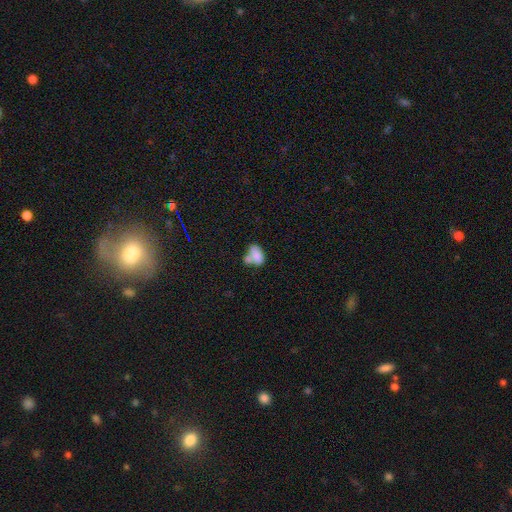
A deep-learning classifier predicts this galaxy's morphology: Q: Smooth or featured?
A: smooth (78%); runner-up: featured or disk (13%)
Q: How rounded?
A: in between (88%); runner-up: round (10%)
Q: Merging?
A: merger (48%); runner-up: none (31%)